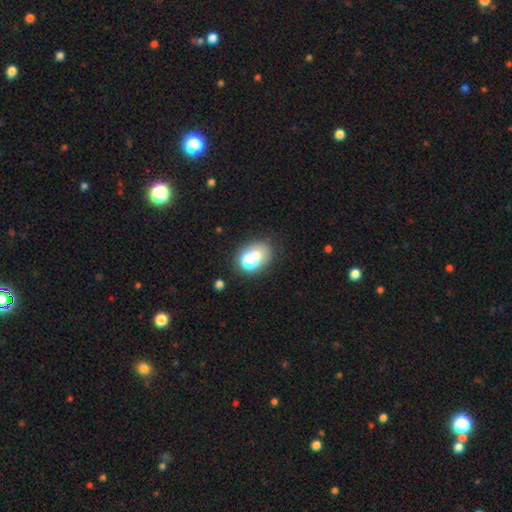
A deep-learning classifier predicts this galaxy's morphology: Overall: smooth (62%). How rounded: in between (52%; round 46%). Merging: none (50%; merger 24%).